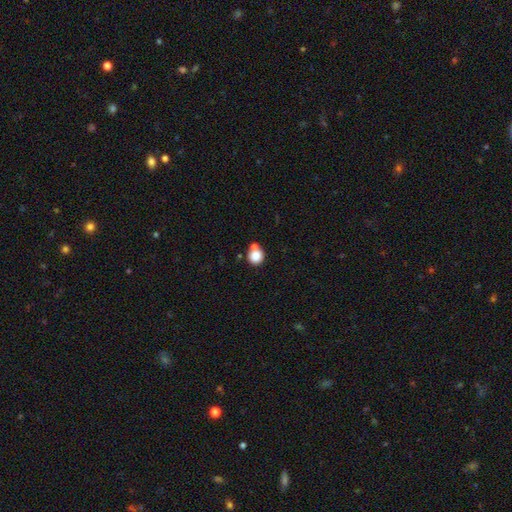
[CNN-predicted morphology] type=smooth (83%); roundness=round (90%); merging=none (58%).